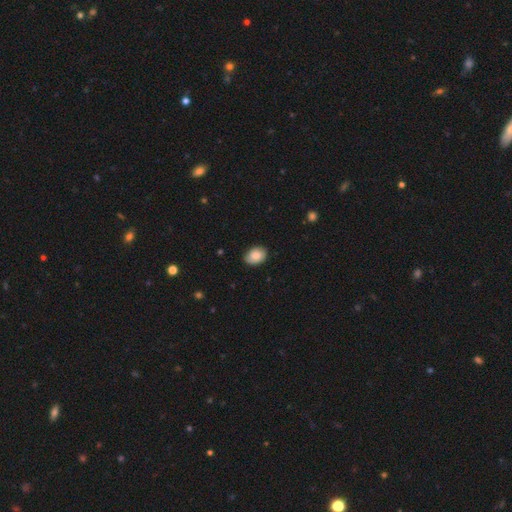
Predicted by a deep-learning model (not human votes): Q: Smooth or featured?
A: smooth (84%); runner-up: featured or disk (8%)
Q: How rounded?
A: in between (78%); runner-up: round (21%)
Q: Merging?
A: none (84%); runner-up: minor disturbance (13%)